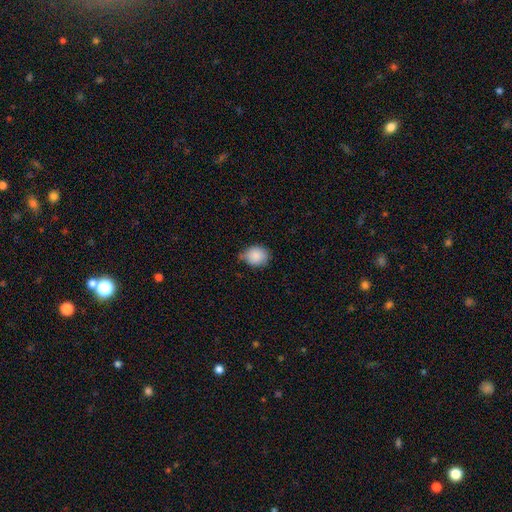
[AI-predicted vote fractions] Overall: smooth (88%). How rounded: round (67%; in between 32%). Merging: none (64%; minor disturbance 28%).